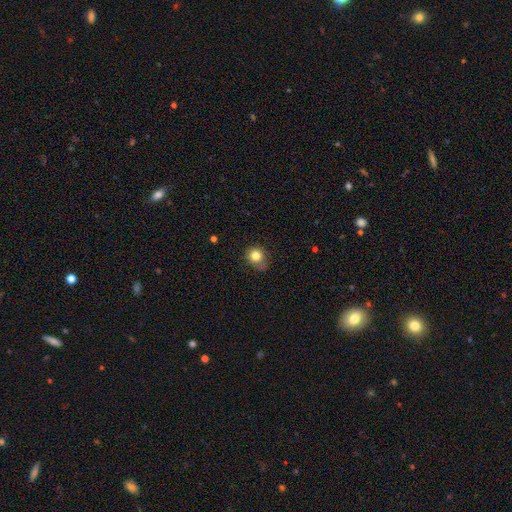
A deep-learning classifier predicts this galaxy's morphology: Smooth or featured? Predicted: smooth (p=0.81). How rounded? Predicted: round (p=0.75). Merging? Predicted: none (p=0.61).